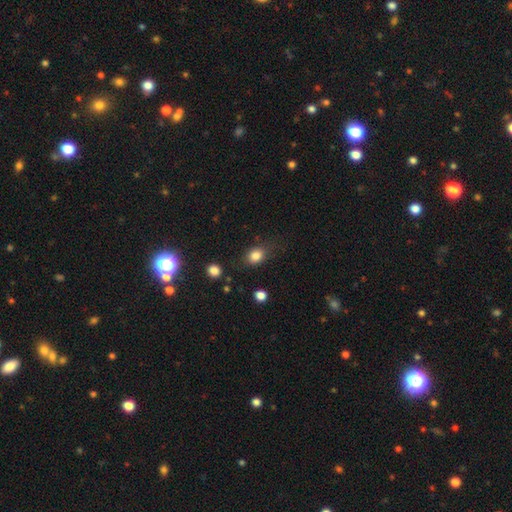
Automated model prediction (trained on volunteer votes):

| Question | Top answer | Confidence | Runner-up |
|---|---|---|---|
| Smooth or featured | smooth | 83% | star or artifact (10%) |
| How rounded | in between | 55% | round (44%) |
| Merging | none | 72% | minor disturbance (18%) |